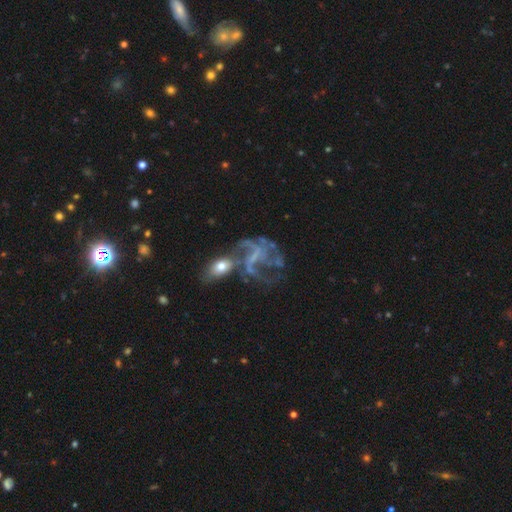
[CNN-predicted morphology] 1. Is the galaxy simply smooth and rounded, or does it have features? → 79% featured or disk, 11% star or artifact, 10% smooth.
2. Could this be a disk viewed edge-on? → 97% no, 3% yes.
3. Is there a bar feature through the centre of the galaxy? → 52% no, 33% weak, 15% strong.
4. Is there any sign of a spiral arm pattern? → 78% yes, 22% no.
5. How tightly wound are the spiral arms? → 41% medium, 39% loose, 19% tight.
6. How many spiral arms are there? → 28% can't tell, 27% 3, 24% 2, 9% 4, 7% 1, 6% more than 4.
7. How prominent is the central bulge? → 56% none, 29% small, 12% moderate, 2% large, 1% dominant.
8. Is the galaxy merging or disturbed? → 35% major disturbance, 32% none, 18% merger, 15% minor disturbance.